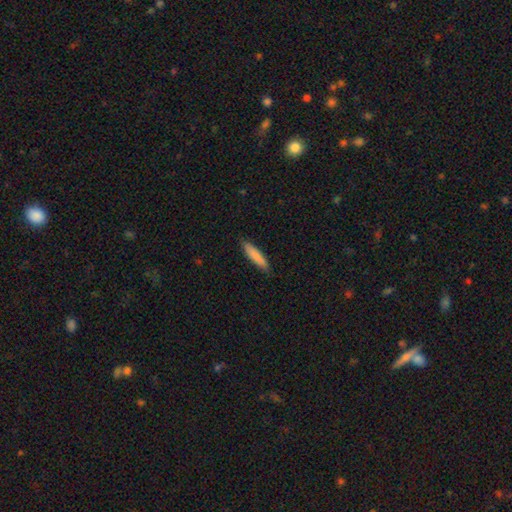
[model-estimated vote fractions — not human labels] This appears to be a smooth galaxy with no disk features (85%) that is cigar-shaped (82%). Merging: none (86%).